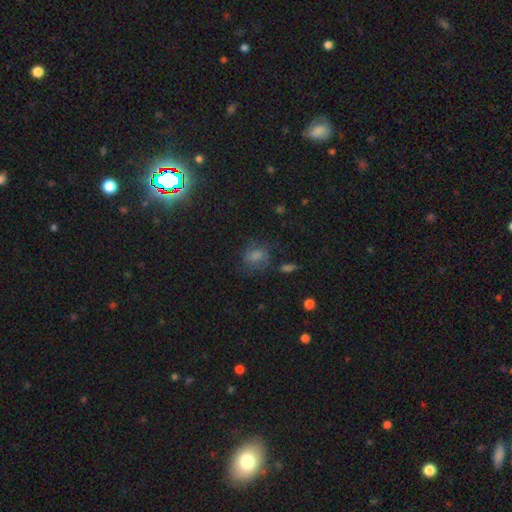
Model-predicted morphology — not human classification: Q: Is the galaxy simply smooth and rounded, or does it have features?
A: smooth — 42%.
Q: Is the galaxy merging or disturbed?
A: none — 69%.